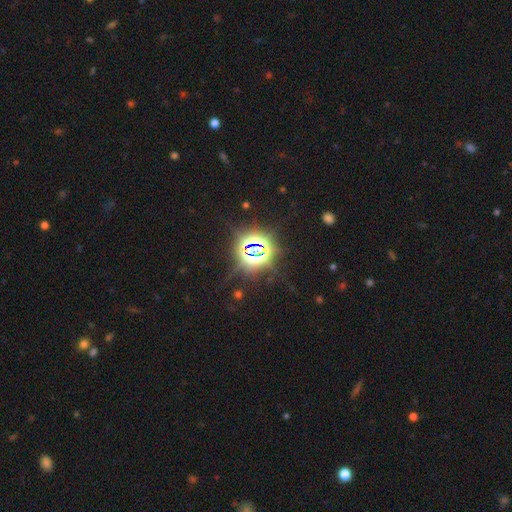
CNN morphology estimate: A star or artifact, not a galaxy (84%).